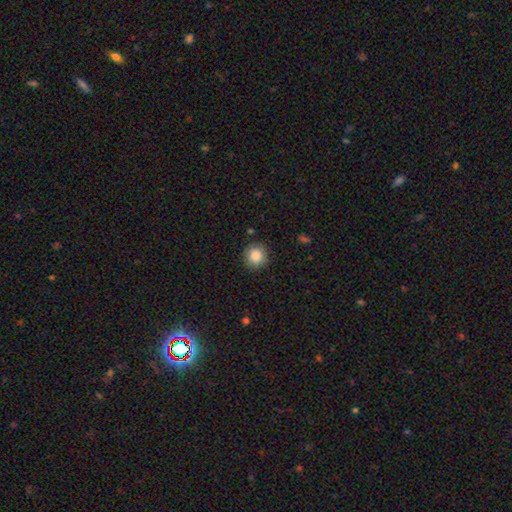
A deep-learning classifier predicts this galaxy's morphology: Smooth or featured?
  - smooth: 87% *
  - star or artifact: 9%
  - featured or disk: 4%
How rounded?
  - round: 93% *
  - in between: 6%
  - cigar-shaped: 1%
Merging?
  - none: 88% *
  - minor disturbance: 8%
  - major disturbance: 2%
  - merger: 1%